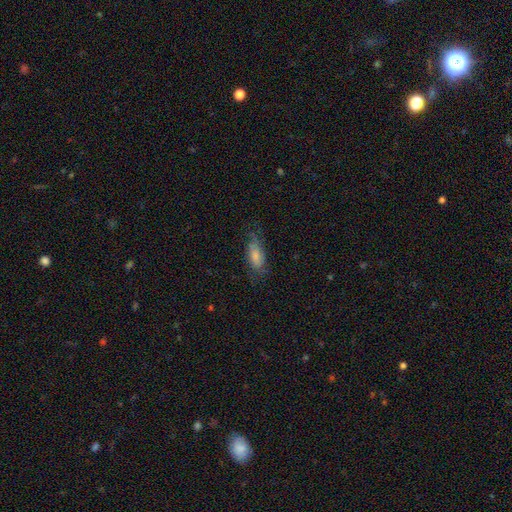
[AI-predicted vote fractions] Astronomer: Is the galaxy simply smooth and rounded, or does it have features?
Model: smooth — 63%.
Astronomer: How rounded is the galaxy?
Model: in between — 84%.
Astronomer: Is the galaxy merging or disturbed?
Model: none — 58%.